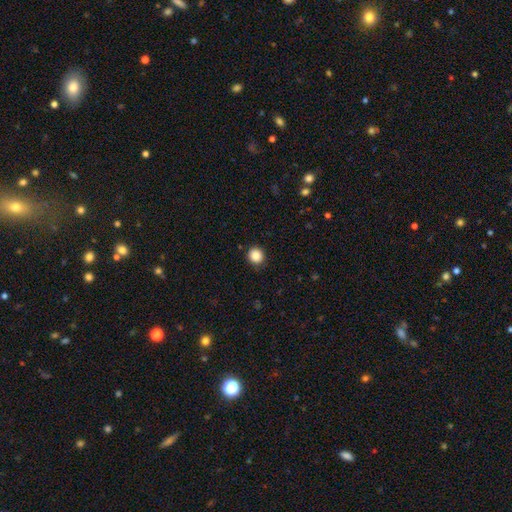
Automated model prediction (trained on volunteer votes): This appears to be a smooth galaxy with no disk features (87%) that is round (90%). Merging: none (90%).